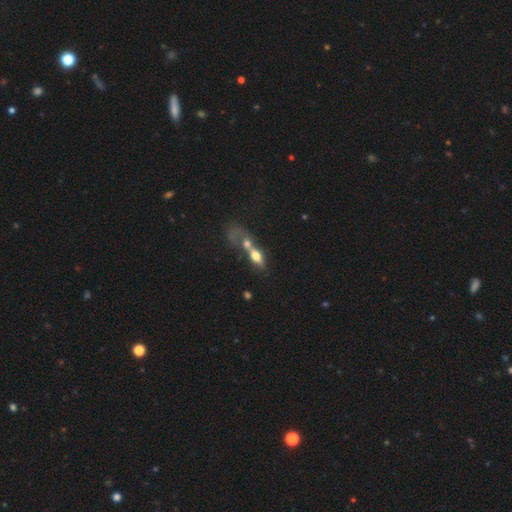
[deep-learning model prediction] Smooth or featured?
  - smooth: 55% *
  - featured or disk: 35%
  - star or artifact: 10%
How rounded?
  - in between: 64% *
  - cigar-shaped: 26%
  - round: 11%
Merging?
  - merger: 67% *
  - none: 14%
  - major disturbance: 12%
  - minor disturbance: 7%